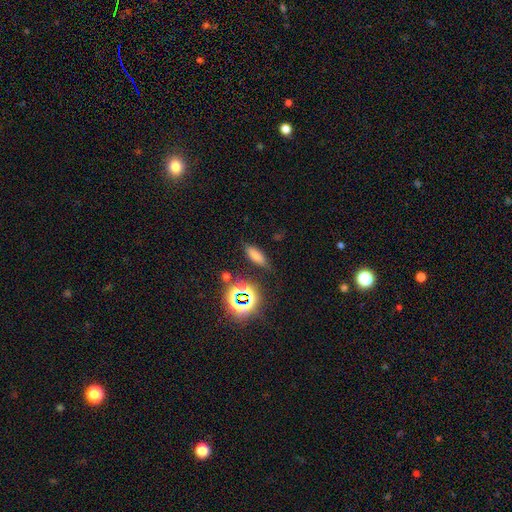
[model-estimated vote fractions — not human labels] Smooth or featured: smooth — 69% (star or artifact — 23%)
How rounded: in between — 65% (cigar-shaped — 29%)
Merging: none — 78% (minor disturbance — 14%)